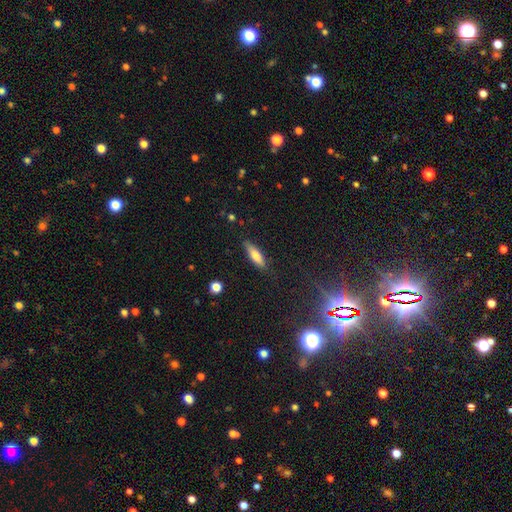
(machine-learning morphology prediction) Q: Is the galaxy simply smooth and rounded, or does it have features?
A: smooth — 73%.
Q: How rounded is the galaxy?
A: cigar-shaped — 59%.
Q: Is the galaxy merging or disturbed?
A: none — 83%.